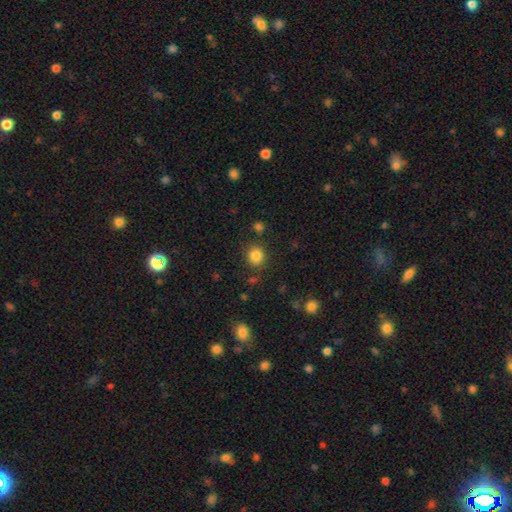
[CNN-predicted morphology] A smooth galaxy with no disk features (84%) that is round (82%). Merging: none (83%).